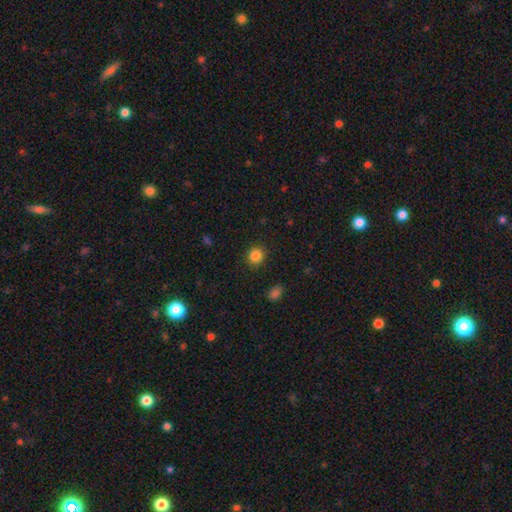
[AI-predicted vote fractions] smooth 85%, star or artifact 11%, featured or disk 4%. Down the decision tree: how rounded — round (89%); merging — none (91%).